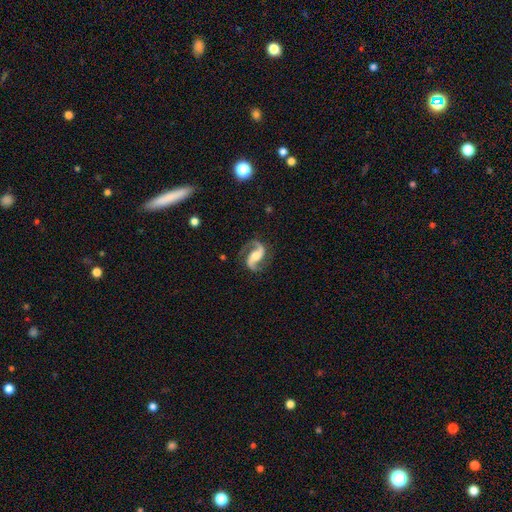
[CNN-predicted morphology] featured or disk 92%, smooth 4%, star or artifact 4%. Down the decision tree: edge-on disk — no (97%); bar — weak (34%, tied with strong); spiral arms — yes (98%); spiral arm count — 2 (94%); spiral winding — medium (50%); bulge size — moderate (61%); merging — none (81%).